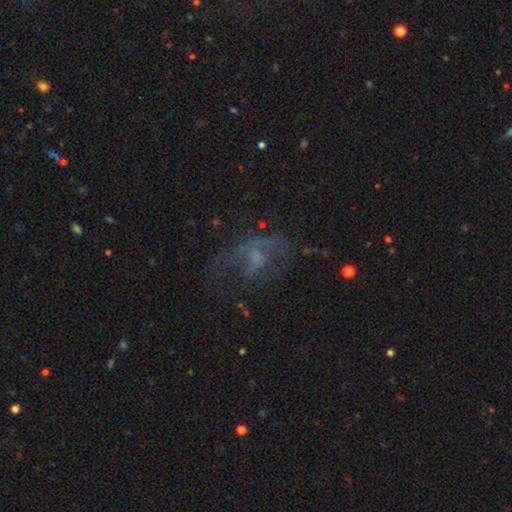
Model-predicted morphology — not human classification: smooth_or_featured: featured or disk (p=0.52) [alt: smooth p=0.28]
disk_edge_on: no (p=0.96) [alt: yes p=0.04]
merging: none (p=0.40) [alt: major disturbance p=0.38]